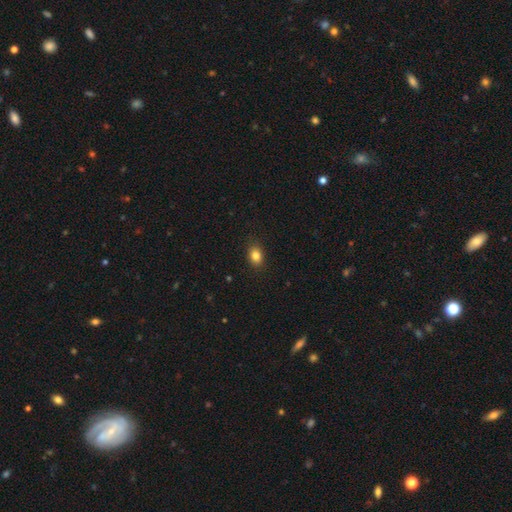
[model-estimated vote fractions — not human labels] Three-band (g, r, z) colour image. It shows a smooth galaxy with no disk features (84%) that is in between round and cigar-shaped (72%). Merging: none (88%).